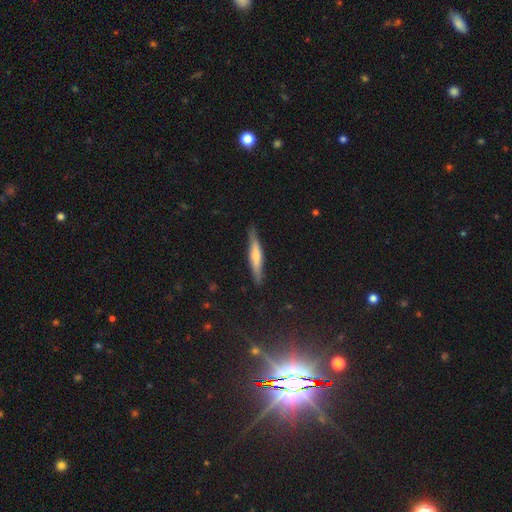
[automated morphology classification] A featured or disk galaxy (55%) viewed edge-on (95%) with a rounded central bulge (66%).

Vote fractions:
- Smooth or featured? featured or disk: 55% / smooth: 35% / star or artifact: 9%
- Edge-on disk? yes: 95% / no: 5%
- Edge-on bulge? rounded: 66% / none: 19% / boxy: 15%
- Merging? none: 87% / minor disturbance: 10% / major disturbance: 2% / merger: 1%